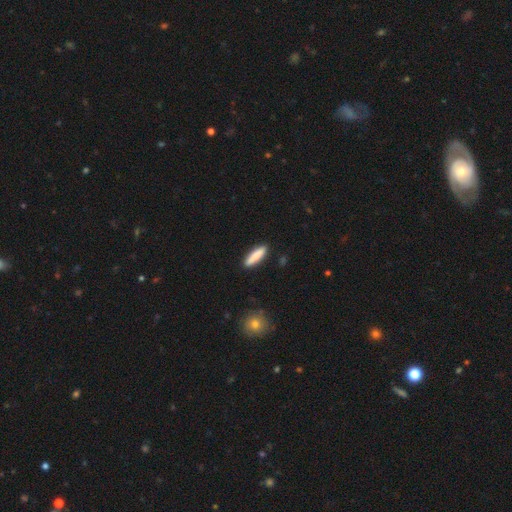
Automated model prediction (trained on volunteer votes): Morphology: type=smooth (82%); roundness=cigar-shaped (74%); merging=none (88%).